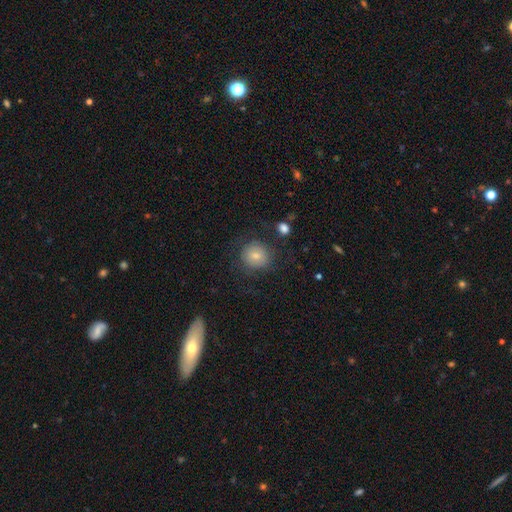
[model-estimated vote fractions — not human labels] This appears to be a smooth galaxy with no disk features (75%) that is round (87%). Merging: none (74%).